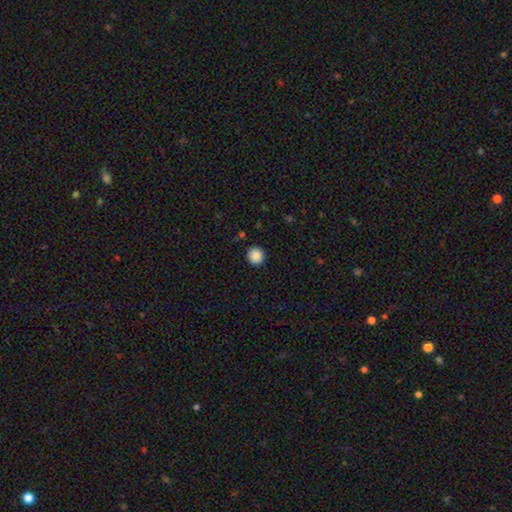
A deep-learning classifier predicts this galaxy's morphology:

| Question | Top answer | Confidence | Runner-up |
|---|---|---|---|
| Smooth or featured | smooth | 88% | star or artifact (9%) |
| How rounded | round | 93% | in between (6%) |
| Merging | none | 91% | minor disturbance (6%) |